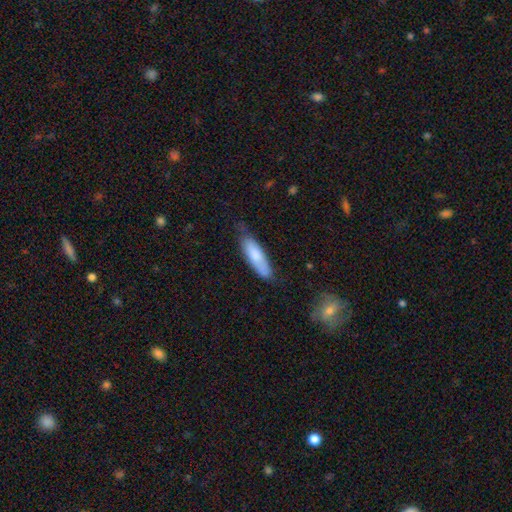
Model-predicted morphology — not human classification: Smooth or featured: smooth — 78% (featured or disk — 17%)
How rounded: cigar-shaped — 55% (in between — 44%)
Merging: none — 66% (minor disturbance — 26%)